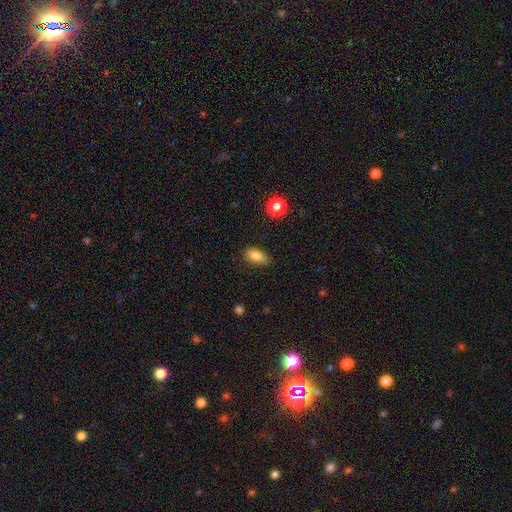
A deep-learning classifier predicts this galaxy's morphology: smooth 84%, star or artifact 9%, featured or disk 7%. Down the decision tree: how rounded — in between (83%); merging — none (78%).